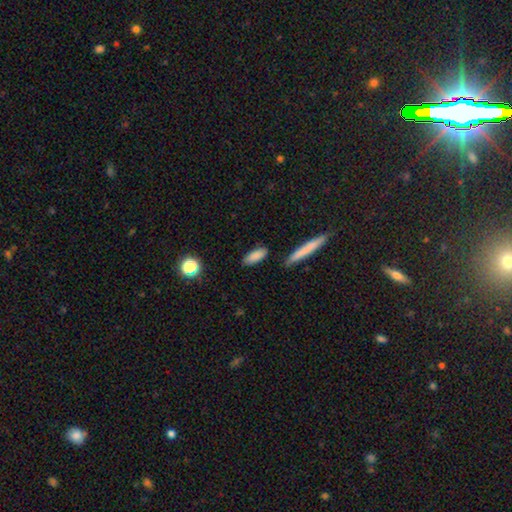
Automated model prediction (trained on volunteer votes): This is clearly a smooth galaxy (85%). How rounded: likely in between (69%). Merging: clearly none (83%).